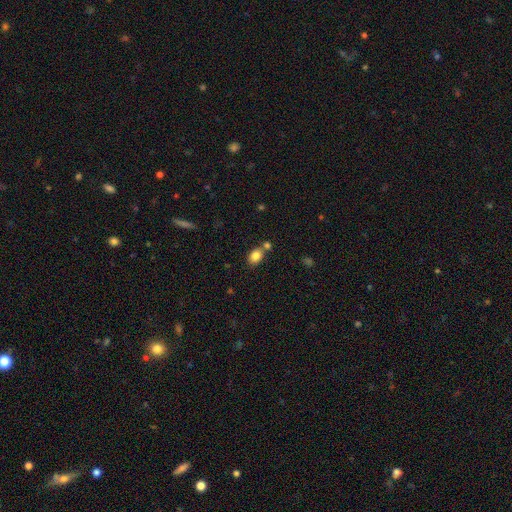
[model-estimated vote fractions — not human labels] Q: Smooth or featured?
A: smooth (84%); runner-up: star or artifact (10%)
Q: How rounded?
A: in between (71%); runner-up: round (28%)
Q: Merging?
A: none (64%); runner-up: merger (21%)